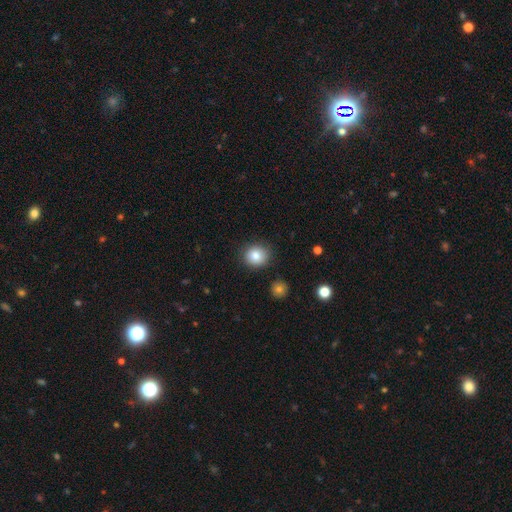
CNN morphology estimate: Smooth or featured? smooth (84%)
How rounded? round (85%)
Merging? none (88%)